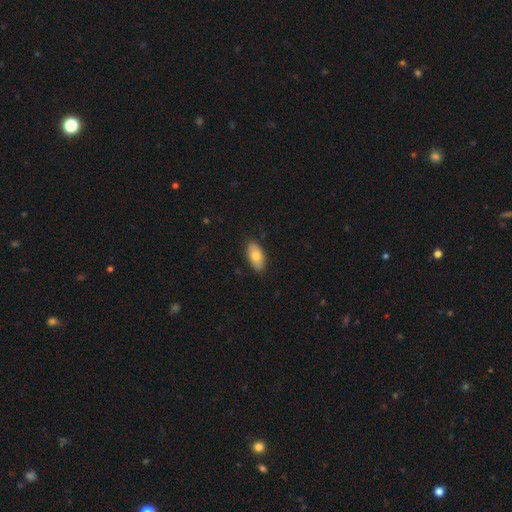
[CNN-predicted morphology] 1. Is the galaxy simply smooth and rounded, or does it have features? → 76% smooth, 17% featured or disk, 6% star or artifact.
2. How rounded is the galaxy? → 92% in between, 5% cigar-shaped, 3% round.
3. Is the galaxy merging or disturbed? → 85% none, 12% minor disturbance, 2% major disturbance, 1% merger.